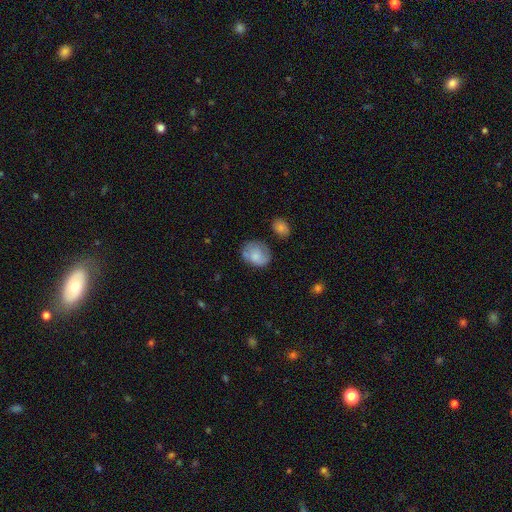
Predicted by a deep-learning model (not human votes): Overall: smooth (68%). How rounded: in between (50%; round 49%). Merging: none (58%; minor disturbance 28%).